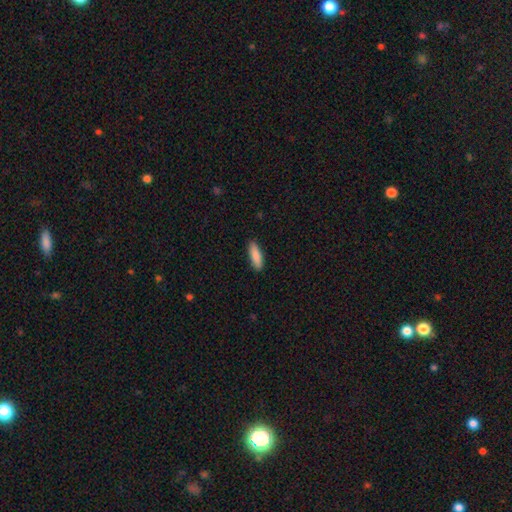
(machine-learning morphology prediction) Overall: smooth (88%). How rounded: cigar-shaped (55%; in between 44%). Merging: none (89%).